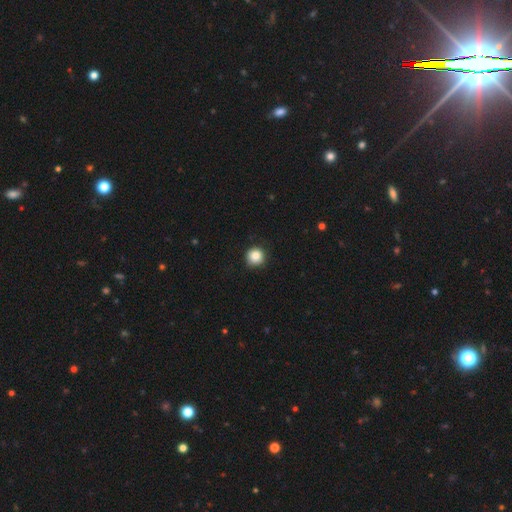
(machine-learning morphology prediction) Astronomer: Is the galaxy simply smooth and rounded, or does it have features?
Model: smooth — 85%.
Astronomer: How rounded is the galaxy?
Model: round — 95%.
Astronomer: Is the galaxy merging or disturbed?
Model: none — 89%.